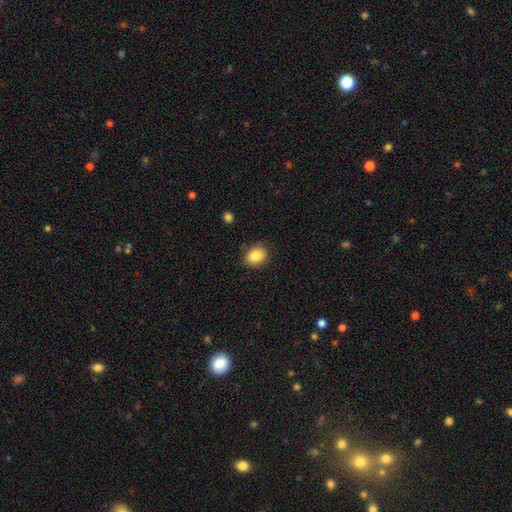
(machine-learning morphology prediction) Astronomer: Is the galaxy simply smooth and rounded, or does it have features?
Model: smooth — 85%.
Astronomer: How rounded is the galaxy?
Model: round — 59% (runner-up: in between, 40%).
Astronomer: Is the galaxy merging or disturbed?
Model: none — 83%.